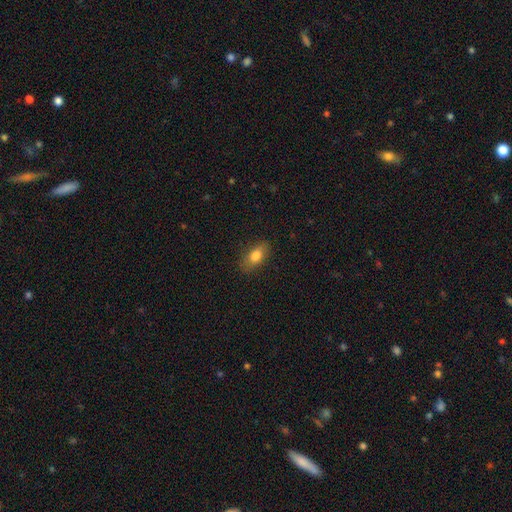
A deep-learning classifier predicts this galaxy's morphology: Q: Smooth or featured?
A: smooth (79%); runner-up: featured or disk (13%)
Q: How rounded?
A: in between (85%); runner-up: cigar-shaped (8%)
Q: Merging?
A: none (81%); runner-up: minor disturbance (14%)